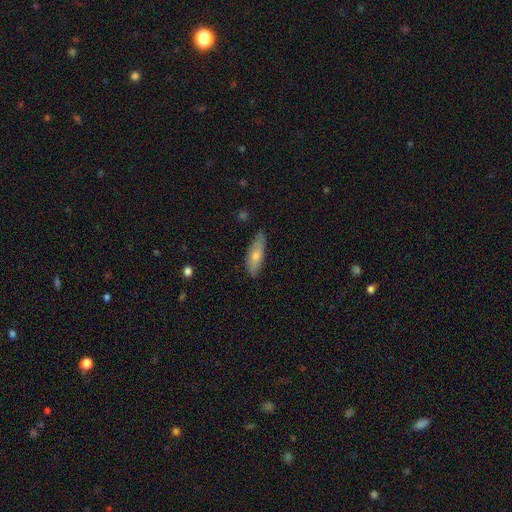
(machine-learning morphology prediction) A smooth galaxy with no disk features (70%) that is in between round and cigar-shaped (57%).

Vote fractions:
- Smooth or featured? smooth: 70% / featured or disk: 24% / star or artifact: 6%
- How rounded? in between: 57% / cigar-shaped: 41% / round: 2%
- Merging? none: 73% / minor disturbance: 22% / major disturbance: 3% / merger: 2%